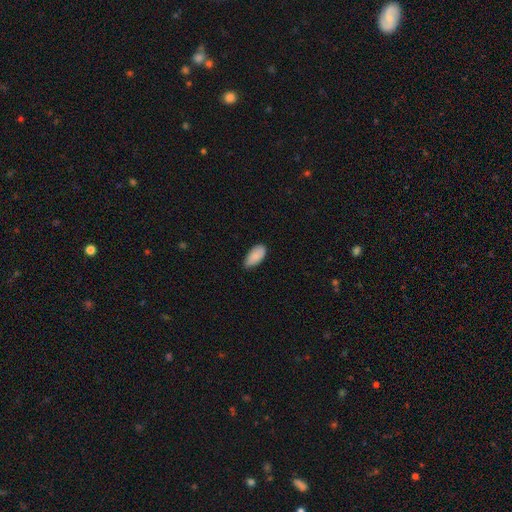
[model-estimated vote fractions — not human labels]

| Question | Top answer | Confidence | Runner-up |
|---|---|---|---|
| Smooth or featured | smooth | 86% | featured or disk (8%) |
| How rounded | in between | 94% | cigar-shaped (4%) |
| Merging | none | 74% | minor disturbance (23%) |